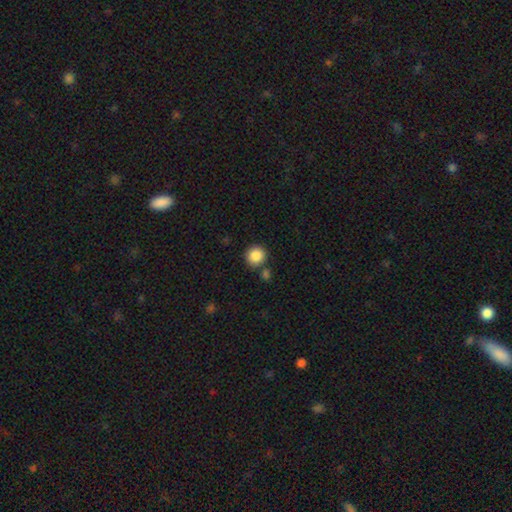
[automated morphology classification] Overall: smooth (87%). How rounded: round (93%). Merging: none (79%).